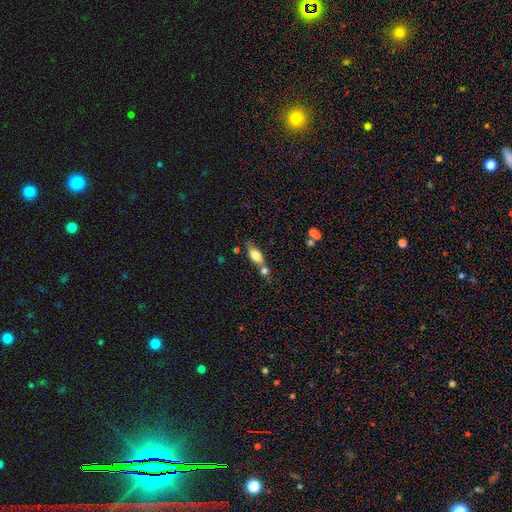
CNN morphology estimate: A smooth galaxy with no disk features (70%) that is in between round and cigar-shaped (73%).

Vote fractions:
- Smooth or featured? smooth: 70% / featured or disk: 22% / star or artifact: 8%
- How rounded? in between: 73% / cigar-shaped: 21% / round: 6%
- Merging? none: 42% / merger: 38% / minor disturbance: 14% / major disturbance: 6%